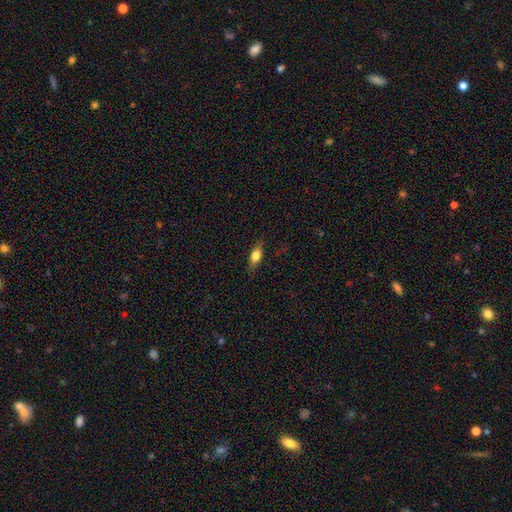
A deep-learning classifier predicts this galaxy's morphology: smooth_or_featured: smooth (p=0.69) [alt: featured or disk p=0.23]
how_rounded: in between (p=0.70) [alt: cigar-shaped p=0.25]
merging: none (p=0.82) [alt: minor disturbance p=0.13]